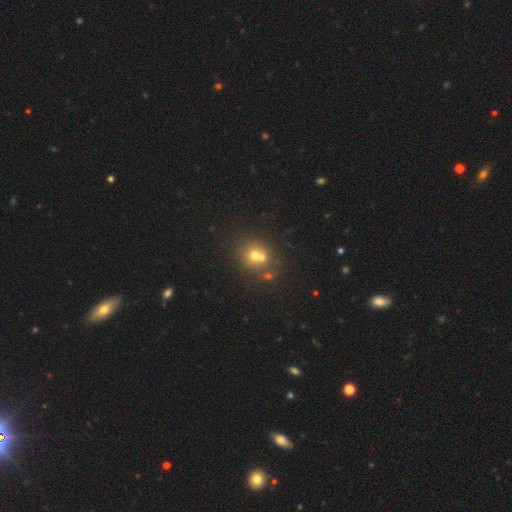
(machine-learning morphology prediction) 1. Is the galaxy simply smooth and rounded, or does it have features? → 61% smooth, 21% star or artifact, 18% featured or disk.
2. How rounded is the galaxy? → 82% round, 17% in between, 1% cigar-shaped.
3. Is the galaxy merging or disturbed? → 47% none, 42% merger, 7% minor disturbance, 3% major disturbance.